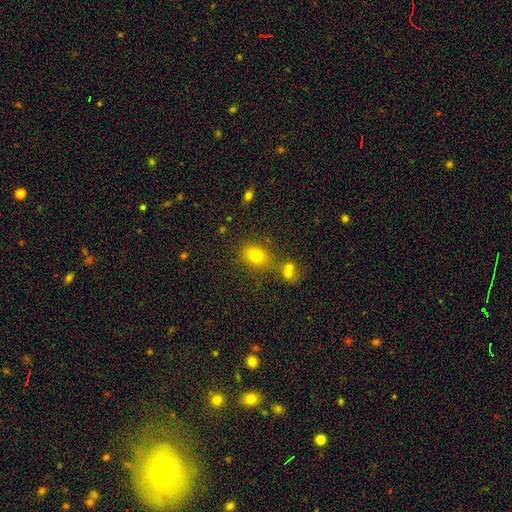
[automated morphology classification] type=smooth (75%); roundness=in between (54%); merging=none (67%).